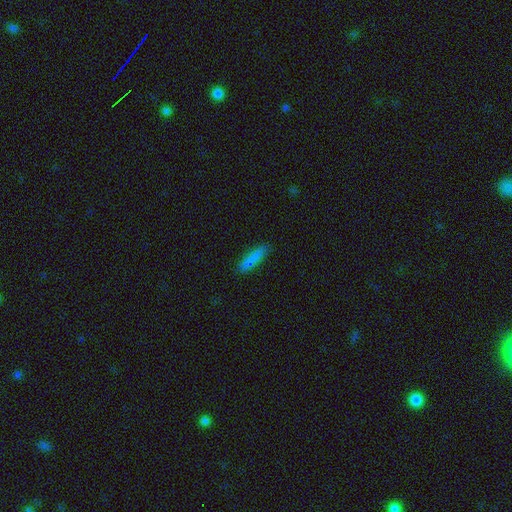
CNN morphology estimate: smooth_or_featured: smooth (p=0.80) [alt: featured or disk p=0.11]
how_rounded: cigar-shaped (p=0.69) [alt: in between p=0.29]
merging: none (p=0.85) [alt: minor disturbance p=0.11]